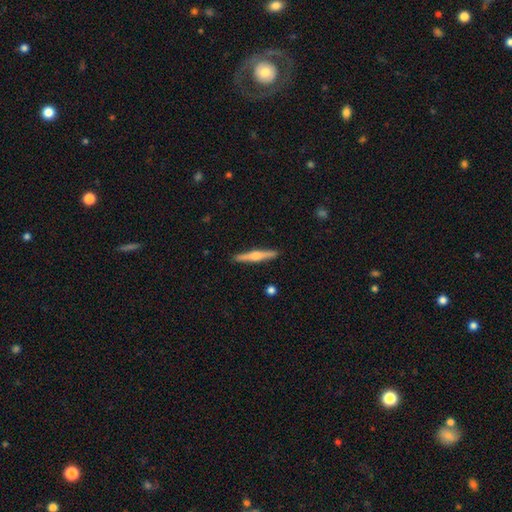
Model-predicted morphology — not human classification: featured or disk 59%, smooth 36%, star or artifact 6%. Down the decision tree: edge-on disk — yes (98%); edge-on bulge — rounded (85%); merging — none (91%).